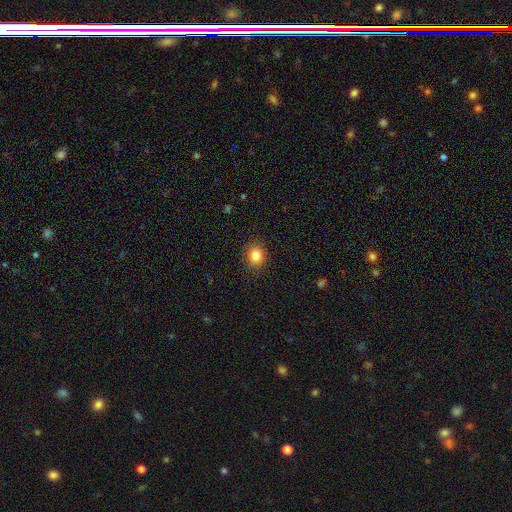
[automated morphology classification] Q: Smooth or featured?
A: smooth (84%); runner-up: star or artifact (10%)
Q: How rounded?
A: round (73%); runner-up: in between (26%)
Q: Merging?
A: none (86%); runner-up: minor disturbance (10%)